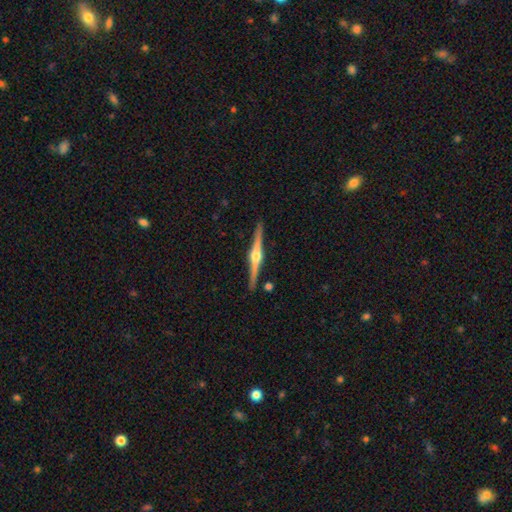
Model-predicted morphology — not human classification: Q: Smooth or featured?
A: featured or disk (86%); runner-up: smooth (10%)
Q: Edge-on disk?
A: yes (99%); runner-up: no (1%)
Q: Edge-on bulge?
A: rounded (95%); runner-up: boxy (3%)
Q: Merging?
A: none (91%); runner-up: minor disturbance (6%)